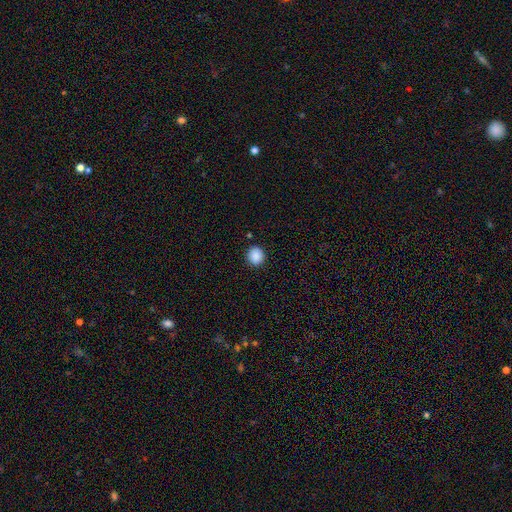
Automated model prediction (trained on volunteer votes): Smooth or featured? smooth (88%)
How rounded? round (84%)
Merging? none (89%)